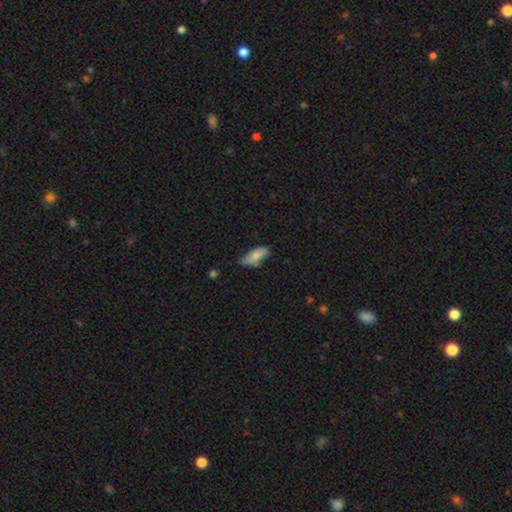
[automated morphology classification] smooth-or-featured: smooth: 82% | featured or disk: 12% | star or artifact: 7%
  how-rounded: in between: 82% | cigar-shaped: 16% | round: 2%
  merging: none: 51% | minor disturbance: 38% | major disturbance: 7% | merger: 4%